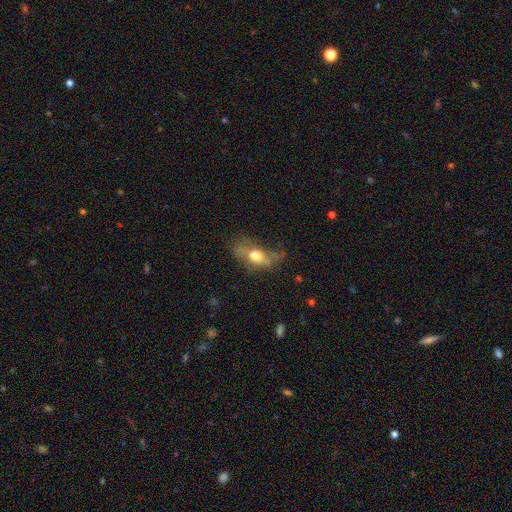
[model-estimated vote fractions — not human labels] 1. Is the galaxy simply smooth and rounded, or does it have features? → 51% smooth, 39% featured or disk, 10% star or artifact.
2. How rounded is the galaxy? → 76% in between, 12% cigar-shaped, 12% round.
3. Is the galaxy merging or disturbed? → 38% none, 31% major disturbance, 27% minor disturbance, 3% merger.